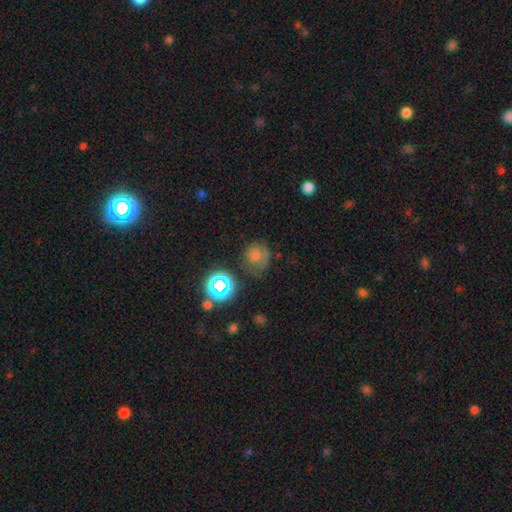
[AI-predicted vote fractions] A smooth galaxy with no disk features (60%) that is round (77%). Merging: none (58%).